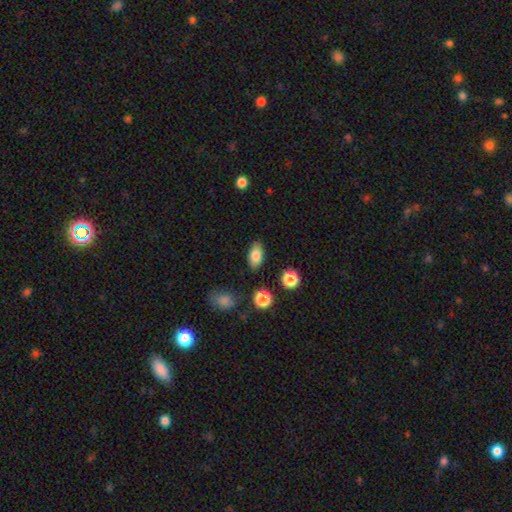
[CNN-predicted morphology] The model was most divided on "smooth or featured": smooth: 82%, featured or disk: 9%, star or artifact: 9%. More confident: how rounded — in between (90%); merging — none (84%).